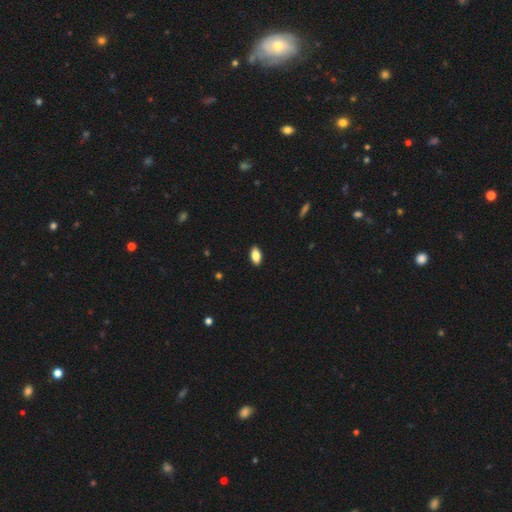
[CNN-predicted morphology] The model was most divided on "smooth or featured": smooth: 86%, star or artifact: 7%, featured or disk: 7%. More confident: how rounded — in between (92%); merging — none (90%).